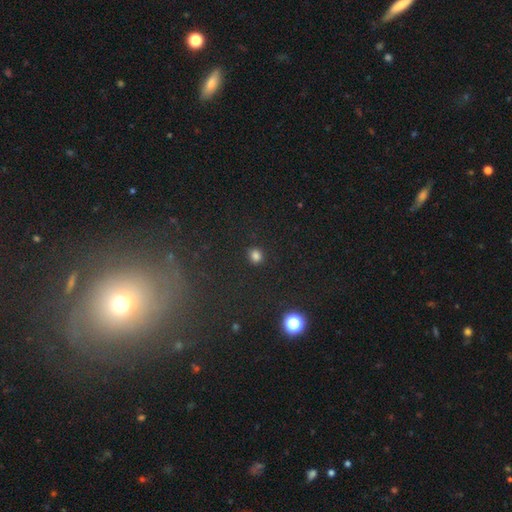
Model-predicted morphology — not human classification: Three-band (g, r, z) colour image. It shows a smooth galaxy with no disk features (79%) that is round (73%). Merging: none (87%).